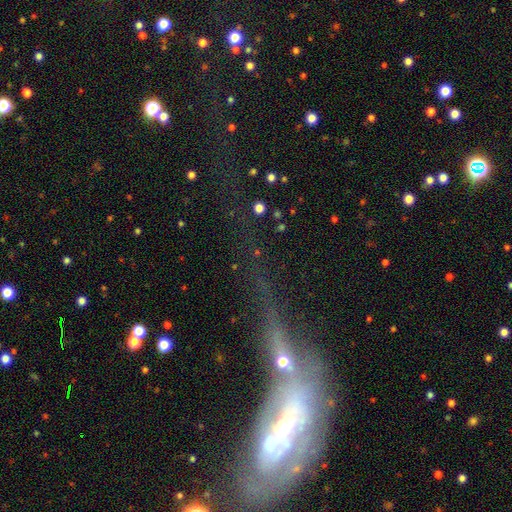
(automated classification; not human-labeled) A featured or disk galaxy (55%).

Vote fractions:
- Smooth or featured? featured or disk: 55% / star or artifact: 25% / smooth: 20%
- Edge-on disk? no: 68% / yes: 32%
- Merging? none: 35% / major disturbance: 26% / merger: 24% / minor disturbance: 15%